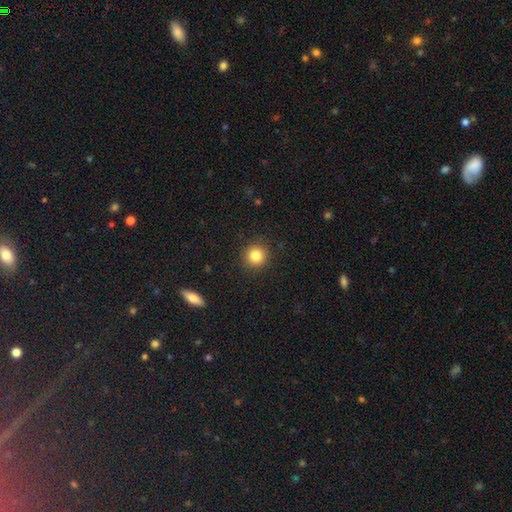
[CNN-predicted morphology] The model was most divided on "smooth or featured": smooth: 83%, star or artifact: 11%, featured or disk: 6%. More confident: how rounded — round (93%); merging — none (91%).